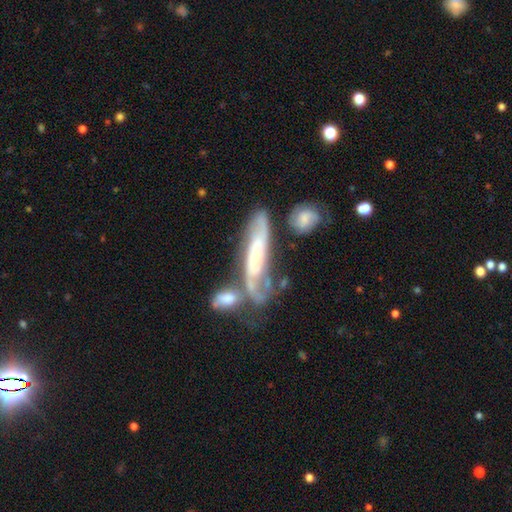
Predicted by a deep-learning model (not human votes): Q: Smooth or featured?
A: featured or disk (76%); runner-up: smooth (17%)
Q: Edge-on disk?
A: no (74%); runner-up: yes (26%)
Q: Bar?
A: no (53%); runner-up: weak (31%)
Q: Spiral arms?
A: yes (88%); runner-up: no (12%)
Q: Bulge size?
A: small (56%); runner-up: moderate (28%)
Q: Merging?
A: none (38%); runner-up: merger (32%)